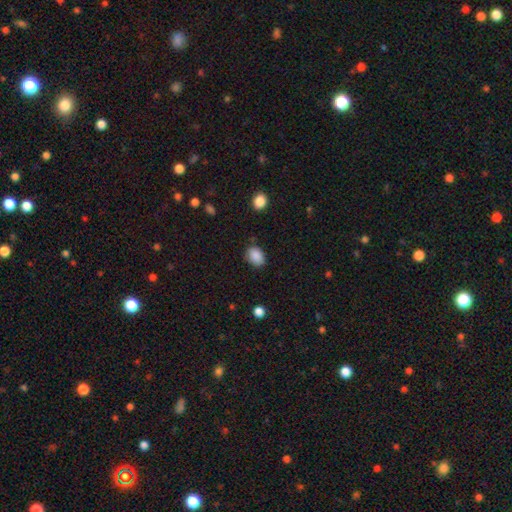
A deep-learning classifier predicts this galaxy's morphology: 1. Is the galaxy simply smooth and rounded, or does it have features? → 88% smooth, 8% star or artifact, 4% featured or disk.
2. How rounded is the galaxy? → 72% in between, 27% round, 1% cigar-shaped.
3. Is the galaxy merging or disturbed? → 79% none, 15% minor disturbance, 3% major disturbance, 2% merger.